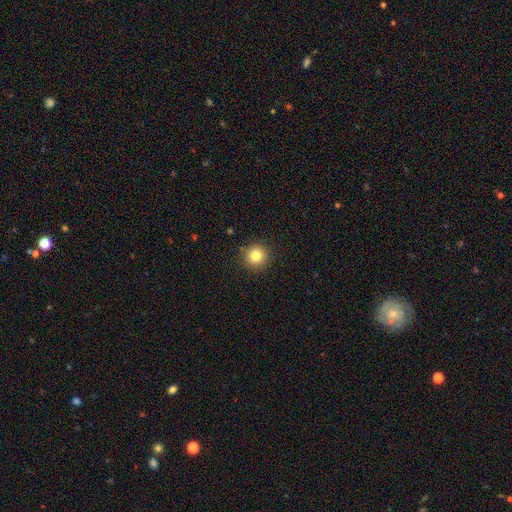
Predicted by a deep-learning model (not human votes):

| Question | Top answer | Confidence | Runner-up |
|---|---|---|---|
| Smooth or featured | smooth | 83% | star or artifact (11%) |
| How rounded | round | 95% | in between (5%) |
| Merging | none | 91% | minor disturbance (6%) |